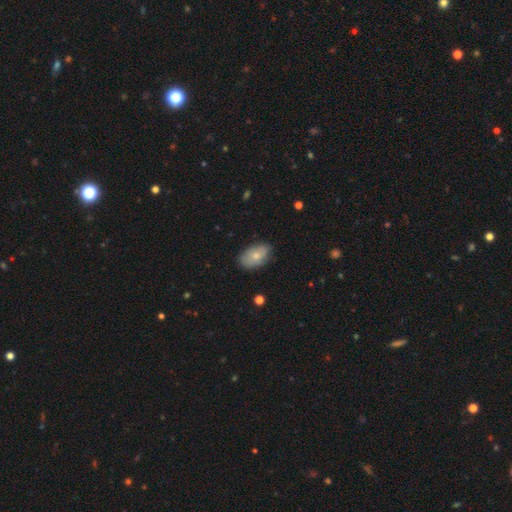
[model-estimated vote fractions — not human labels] smooth-or-featured: smooth: 72% | featured or disk: 21% | star or artifact: 6%
  how-rounded: in between: 93% | round: 6% | cigar-shaped: 2%
  merging: none: 79% | minor disturbance: 17% | major disturbance: 3% | merger: 1%